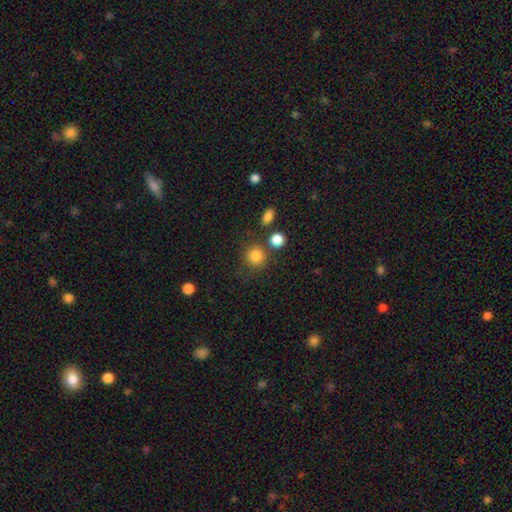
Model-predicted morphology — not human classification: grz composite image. It shows a smooth galaxy with no disk features (83%) that is round (89%). Merging: none (74%).